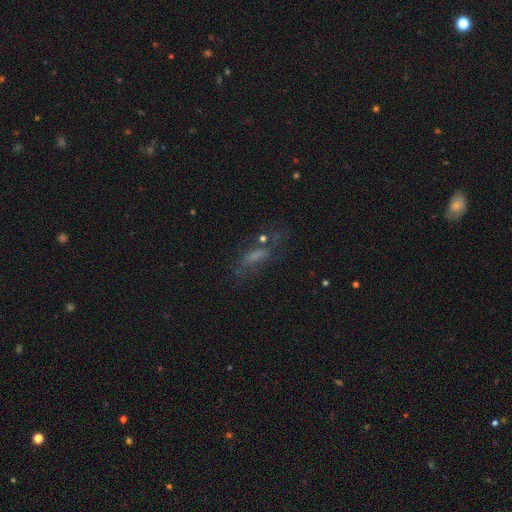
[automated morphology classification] Smooth or featured: smooth — 47% (featured or disk — 33%)
Merging: none — 53% (minor disturbance — 22%)